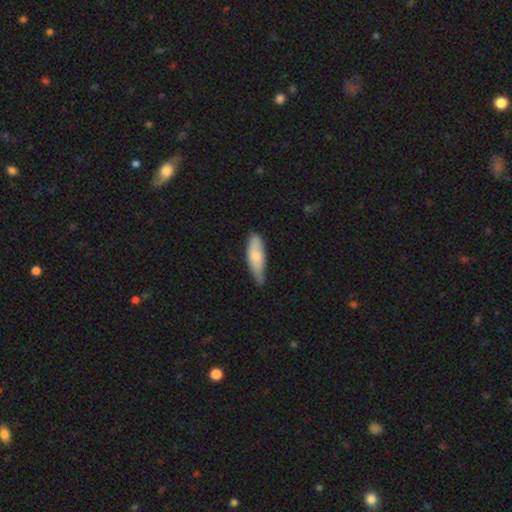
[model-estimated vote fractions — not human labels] This is likely a smooth galaxy (73%). How rounded: possibly in between (52%). Merging: possibly none (57%).